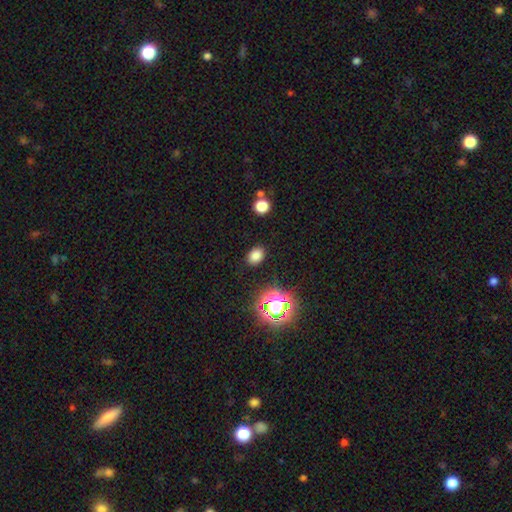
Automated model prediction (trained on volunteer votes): Q: Smooth or featured?
A: smooth (77%); runner-up: star or artifact (18%)
Q: How rounded?
A: in between (70%); runner-up: round (29%)
Q: Merging?
A: none (86%); runner-up: minor disturbance (9%)